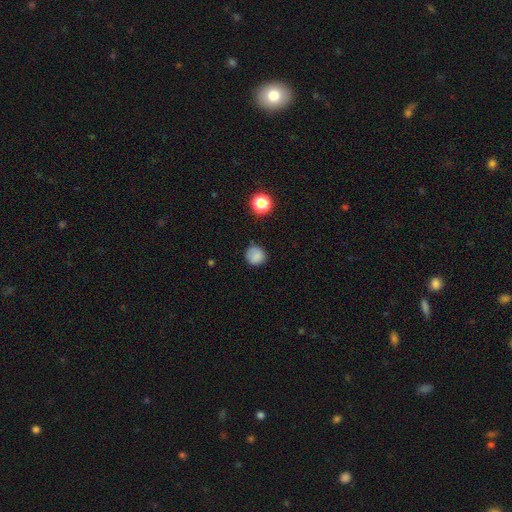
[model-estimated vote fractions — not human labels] Morphology: type=smooth (82%); roundness=round (90%); merging=none (78%).